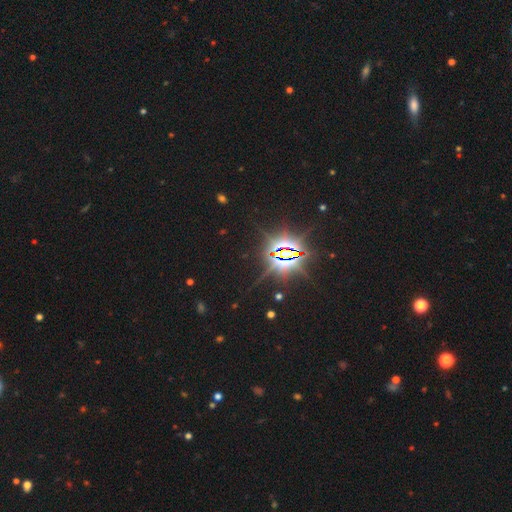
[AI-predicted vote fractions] A star or artifact, not a galaxy (87%).